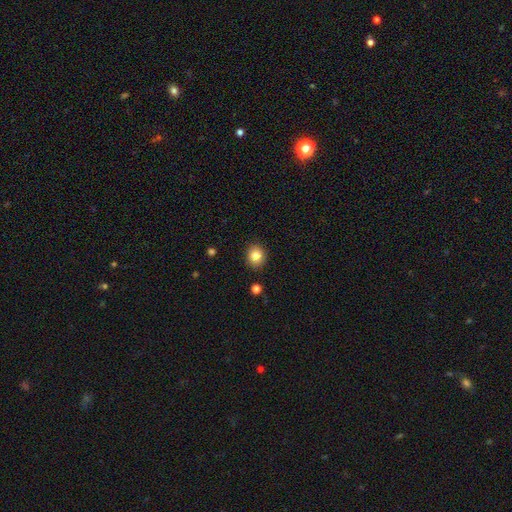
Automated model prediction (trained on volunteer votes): Smooth or featured? smooth (83%)
How rounded? round (74%)
Merging? none (89%)